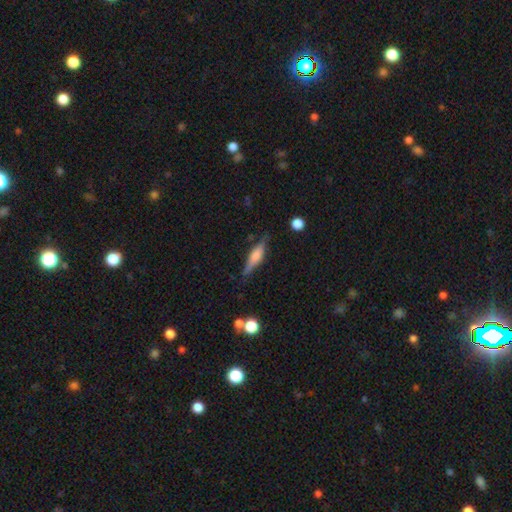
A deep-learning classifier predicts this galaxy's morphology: smooth-or-featured: featured or disk: 57% | smooth: 36% | star or artifact: 7%
  disk-edge-on: yes: 95% | no: 5%
    edge-on-bulge: rounded: 63% | boxy: 31% | none: 6%
  merging: none: 80% | minor disturbance: 14% | major disturbance: 4% | merger: 2%